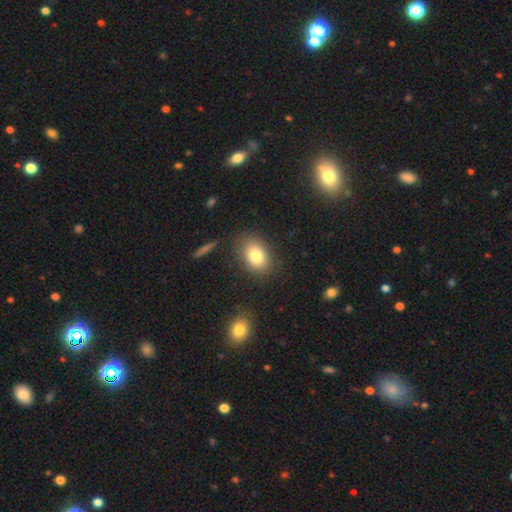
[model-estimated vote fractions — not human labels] Morphology: type=smooth (81%); roundness=in between (77%); merging=none (82%).